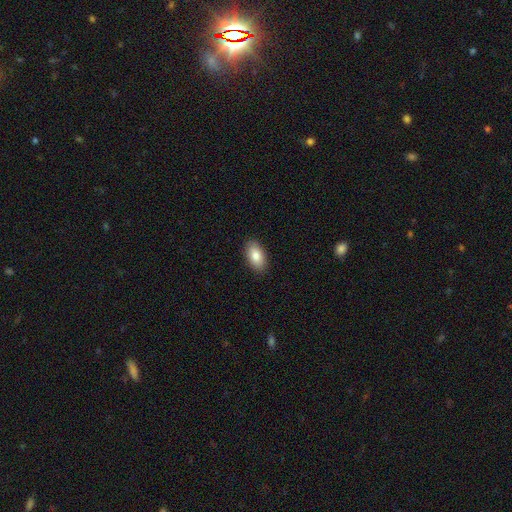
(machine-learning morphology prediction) smooth-or-featured: smooth: 84% | featured or disk: 9% | star or artifact: 7%
  how-rounded: in between: 93% | round: 4% | cigar-shaped: 3%
  merging: none: 89% | minor disturbance: 8% | major disturbance: 2% | merger: 1%